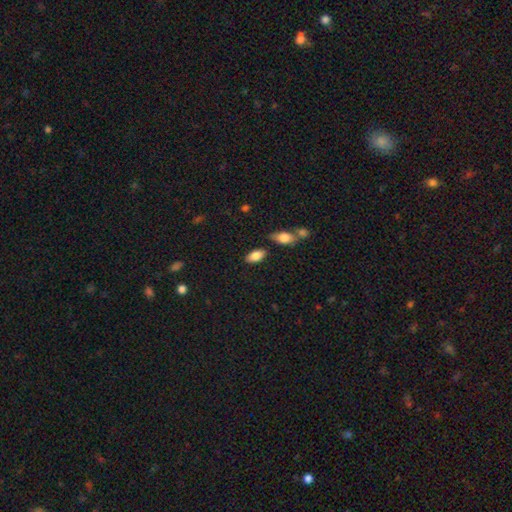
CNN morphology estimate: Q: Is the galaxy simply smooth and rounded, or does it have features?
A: smooth — 84%.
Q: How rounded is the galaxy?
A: in between — 92%.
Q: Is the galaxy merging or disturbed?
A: none — 79%.